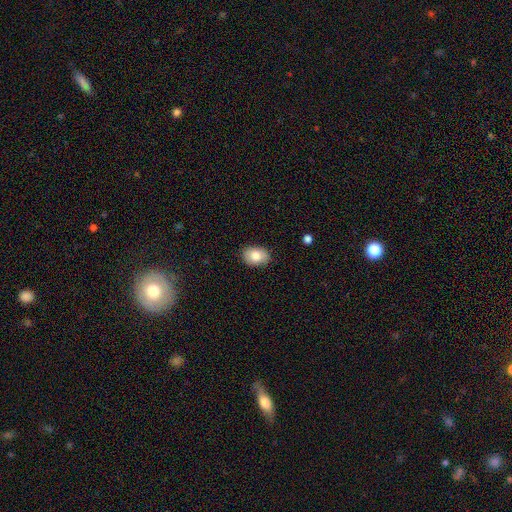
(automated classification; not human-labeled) A smooth galaxy with no disk features (82%) that is in between round and cigar-shaped (76%). Merging: none (86%).